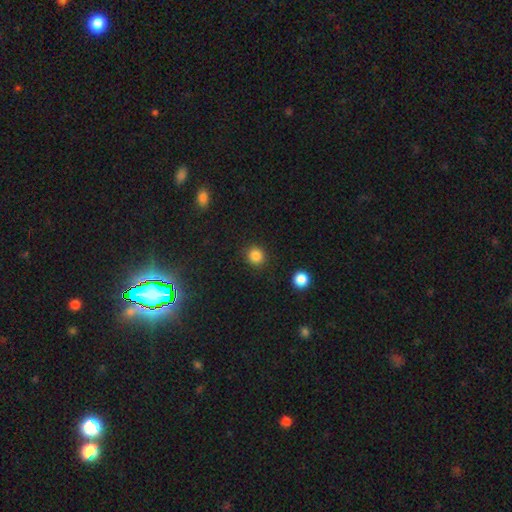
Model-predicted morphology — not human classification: A smooth galaxy with no disk features (85%) that is round (90%). Merging: none (90%).